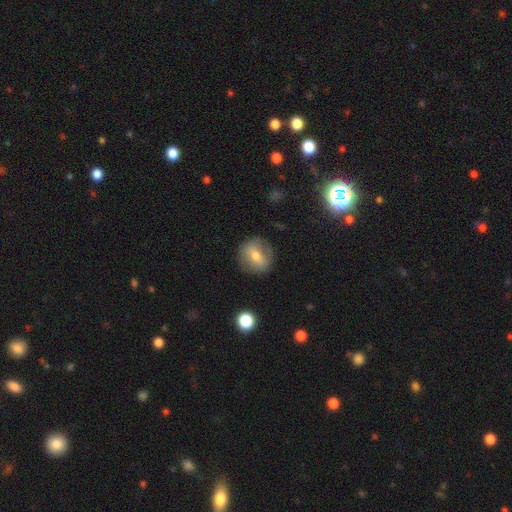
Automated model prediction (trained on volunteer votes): Smooth or featured? Predicted: smooth (p=0.53). How rounded? Predicted: round (p=0.79). Merging? Predicted: none (p=0.81).